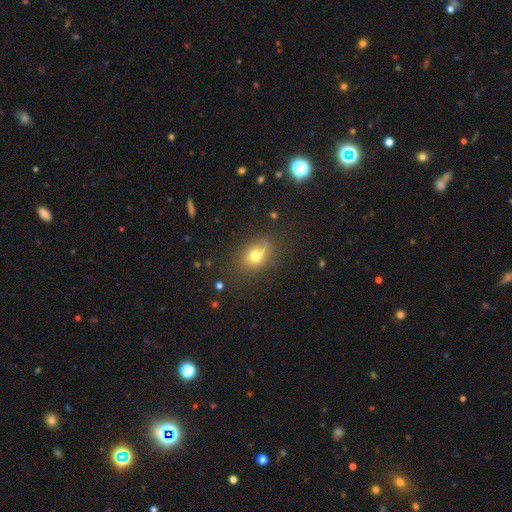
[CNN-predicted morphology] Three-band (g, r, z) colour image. It shows a smooth galaxy with no disk features (74%) that is in between round and cigar-shaped (54%). Merging: none (74%).